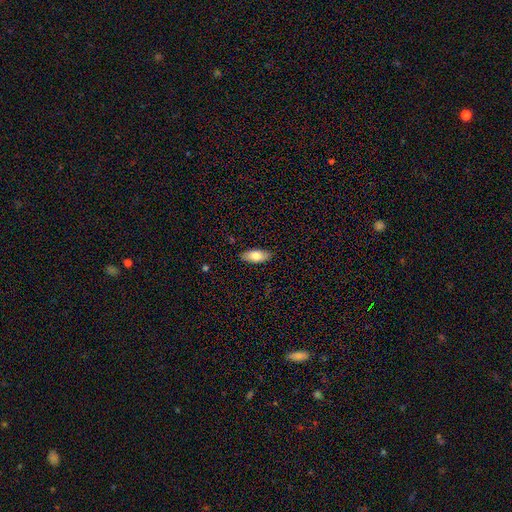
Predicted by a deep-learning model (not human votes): This appears to be a smooth galaxy with no disk features (80%) that is in between round and cigar-shaped (86%). Merging: none (87%).